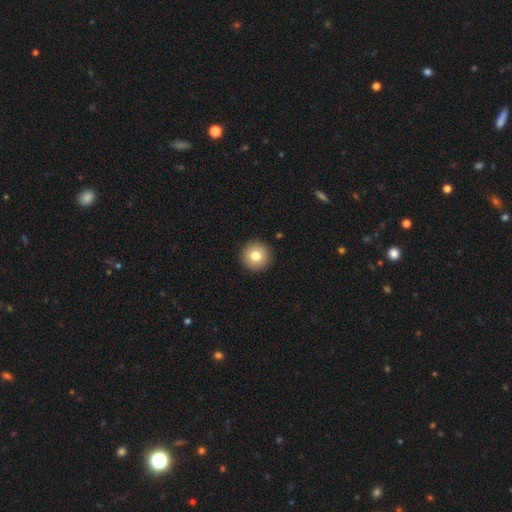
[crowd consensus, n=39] smooth-or-featured: smooth: 79% | featured or disk: 15% | star or artifact: 5%
  how-rounded: round: 100% | in between: 0% | cigar-shaped: 0%
  merging: none: 92% | minor disturbance: 3% | major disturbance: 3% | merger: 3%